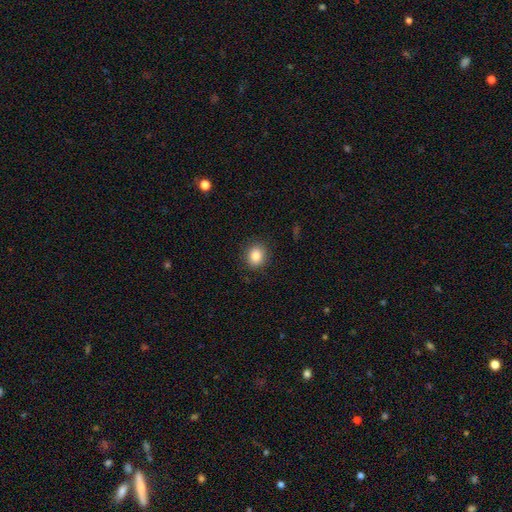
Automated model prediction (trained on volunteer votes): The model was most divided on "how rounded": round: 62%, in between: 37%, cigar-shaped: 1%. More confident: merging — none (88%); smooth or featured — smooth (87%).